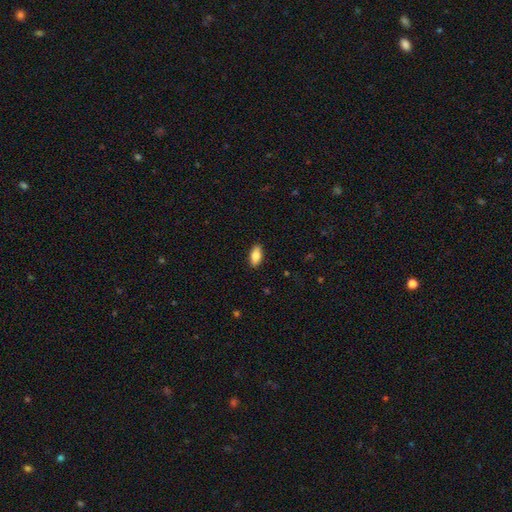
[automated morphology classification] Smooth or featured? Predicted: smooth (p=0.83). How rounded? Predicted: in between (p=0.87). Merging? Predicted: none (p=0.89).